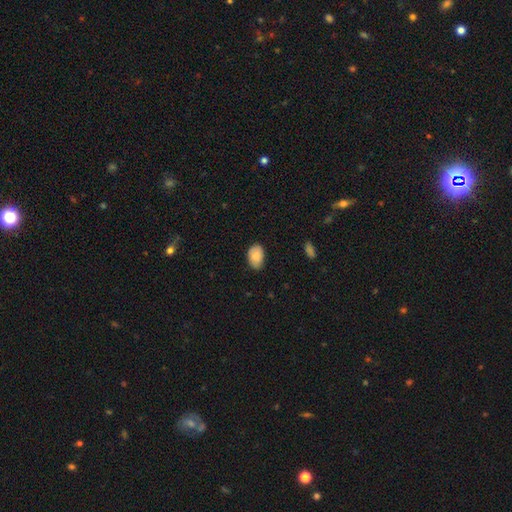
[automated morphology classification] Smooth or featured? smooth (83%)
How rounded? in between (86%)
Merging? none (74%)